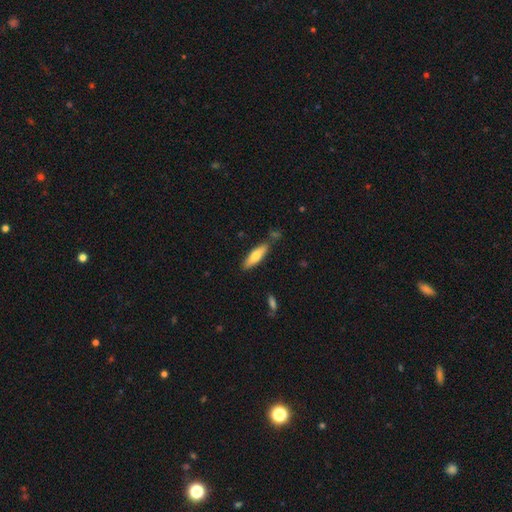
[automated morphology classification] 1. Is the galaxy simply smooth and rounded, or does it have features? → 72% smooth, 22% featured or disk, 6% star or artifact.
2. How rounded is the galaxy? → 61% cigar-shaped, 37% in between, 2% round.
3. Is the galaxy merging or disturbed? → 80% none, 13% minor disturbance, 5% merger, 3% major disturbance.